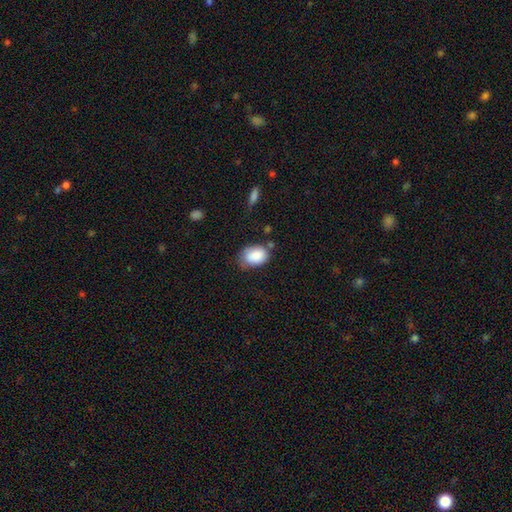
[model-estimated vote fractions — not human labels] Overall: smooth (86%). How rounded: in between (75%). Merging: none (58%; minor disturbance 28%).